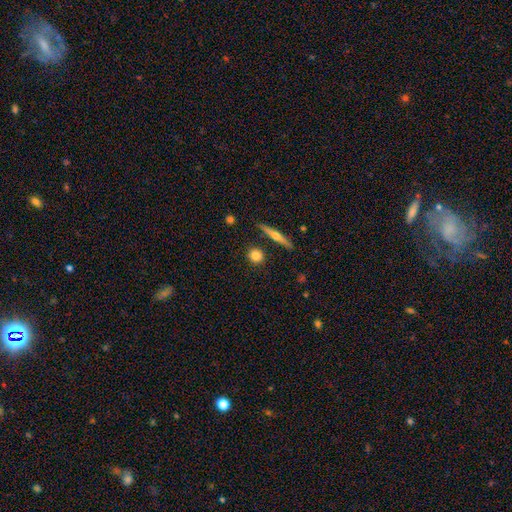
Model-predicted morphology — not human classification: smooth_or_featured: smooth (p=0.77) [alt: featured or disk p=0.15]
how_rounded: round (p=0.82) [alt: in between p=0.12]
merging: none (p=0.85) [alt: minor disturbance p=0.08]